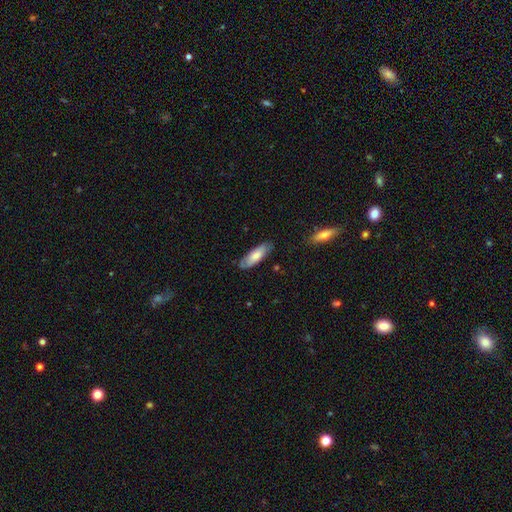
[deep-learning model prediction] Smooth or featured?
  - smooth: 72% *
  - featured or disk: 22%
  - star or artifact: 6%
How rounded?
  - in between: 57% *
  - cigar-shaped: 41%
  - round: 2%
Merging?
  - none: 81% *
  - minor disturbance: 15%
  - major disturbance: 3%
  - merger: 1%